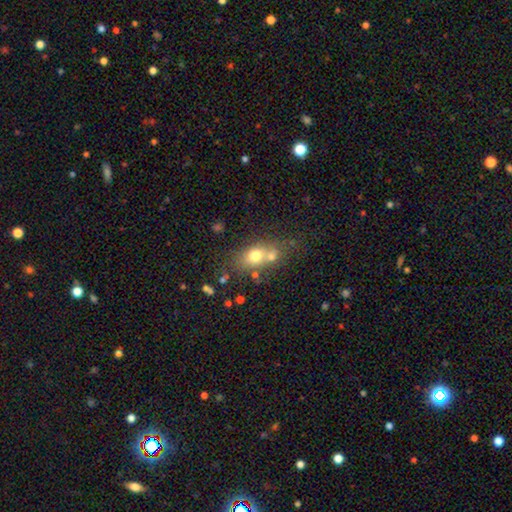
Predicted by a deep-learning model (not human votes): Smooth or featured: smooth — 70% (featured or disk — 19%)
How rounded: in between — 63% (round — 33%)
Merging: none — 42% (merger — 40%)